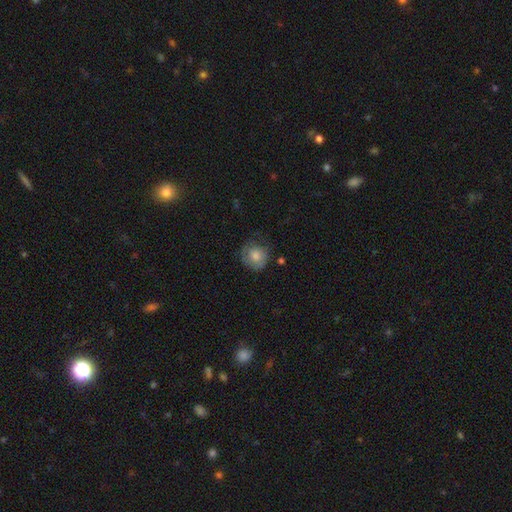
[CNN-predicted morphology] Overall: smooth (70%). How rounded: round (87%). Merging: none (64%).